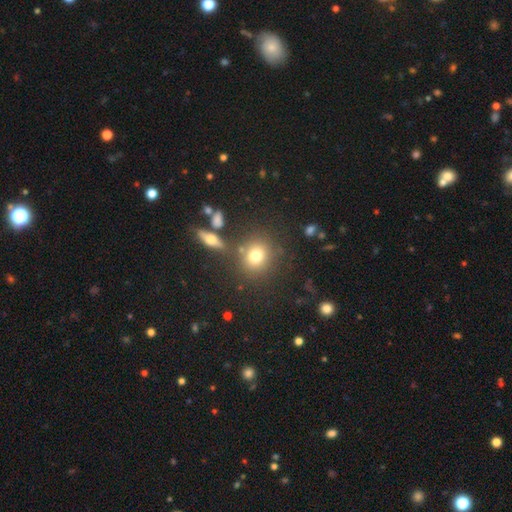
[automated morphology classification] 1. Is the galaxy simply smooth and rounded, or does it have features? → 75% smooth, 13% star or artifact, 12% featured or disk.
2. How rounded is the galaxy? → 80% round, 19% in between, 2% cigar-shaped.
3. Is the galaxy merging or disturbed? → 76% none, 10% minor disturbance, 10% merger, 4% major disturbance.